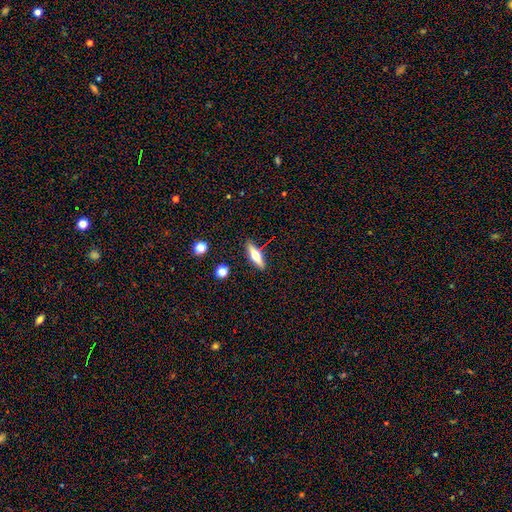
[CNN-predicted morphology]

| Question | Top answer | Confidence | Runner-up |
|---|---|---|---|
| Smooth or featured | featured or disk | 47% | smooth (46%) |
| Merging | none | 87% | minor disturbance (8%) |